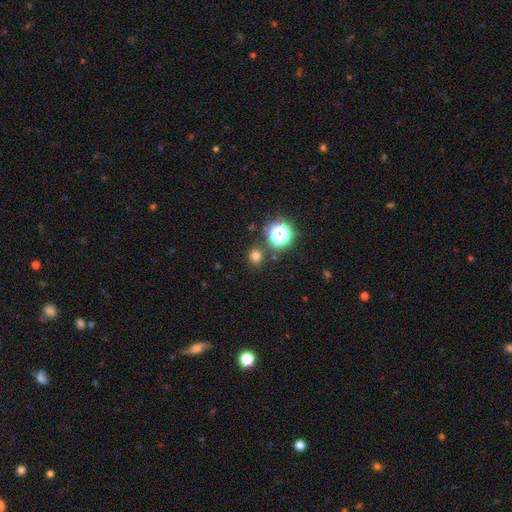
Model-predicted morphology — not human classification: Smooth or featured: smooth — 71% (star or artifact — 24%)
How rounded: round — 90% (in between — 9%)
Merging: none — 86% (minor disturbance — 7%)